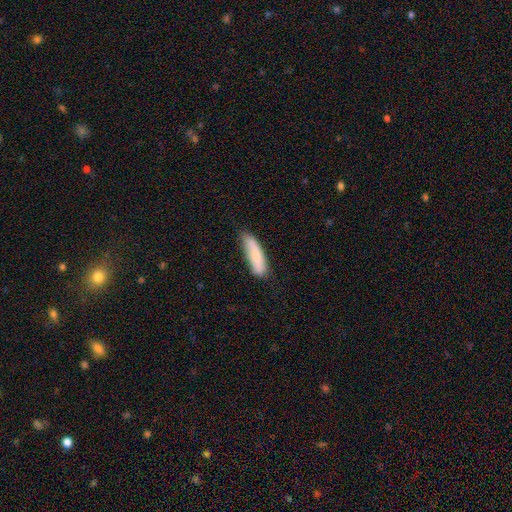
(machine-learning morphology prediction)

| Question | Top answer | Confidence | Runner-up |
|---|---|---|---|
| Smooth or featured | smooth | 80% | featured or disk (14%) |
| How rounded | cigar-shaped | 70% | in between (28%) |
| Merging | none | 73% | minor disturbance (22%) |